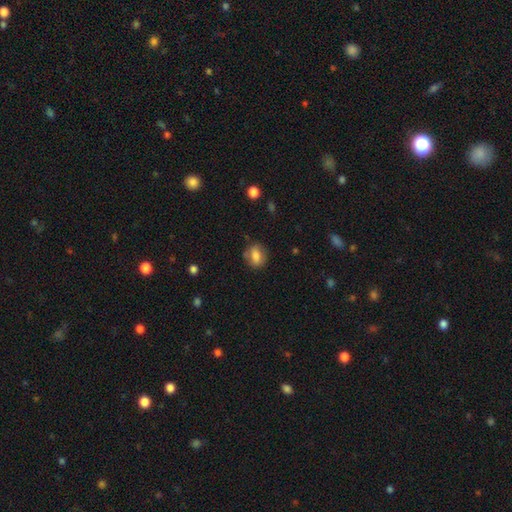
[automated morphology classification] Smooth or featured? smooth (76%)
How rounded? in between (56%)
Merging? none (75%)